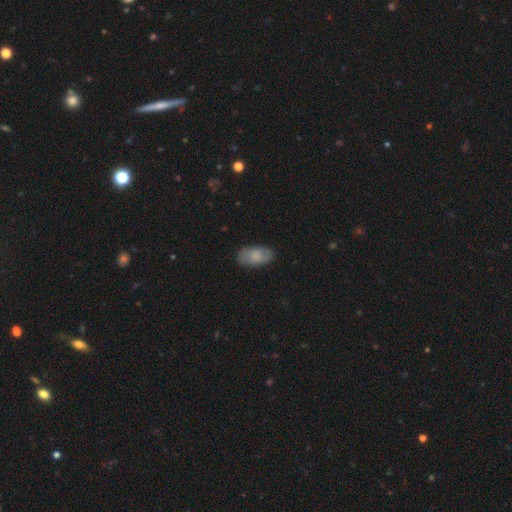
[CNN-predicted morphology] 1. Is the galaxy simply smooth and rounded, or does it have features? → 75% smooth, 18% featured or disk, 7% star or artifact.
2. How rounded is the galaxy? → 94% in between, 4% round, 2% cigar-shaped.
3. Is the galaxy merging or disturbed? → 81% none, 15% minor disturbance, 3% major disturbance, 1% merger.